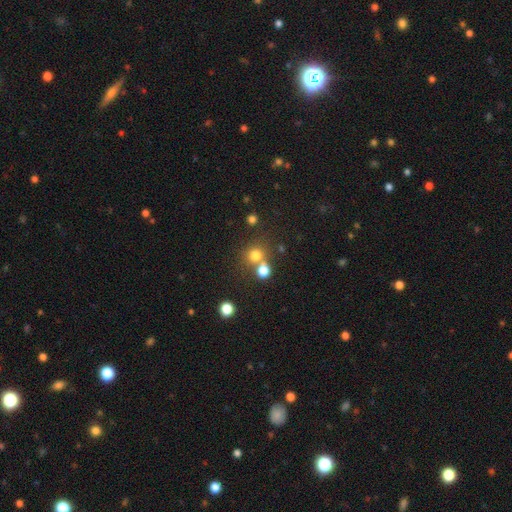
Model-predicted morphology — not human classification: smooth 74%, star or artifact 18%, featured or disk 9%. Down the decision tree: how rounded — round (84%); merging — none (57%).